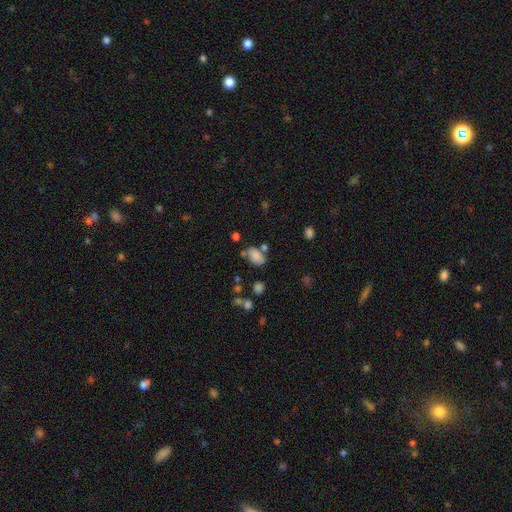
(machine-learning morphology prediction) Smooth or featured?
  - smooth: 79% *
  - star or artifact: 11%
  - featured or disk: 10%
How rounded?
  - in between: 89% *
  - round: 9%
  - cigar-shaped: 2%
Merging?
  - none: 52% *
  - minor disturbance: 21%
  - merger: 18%
  - major disturbance: 9%